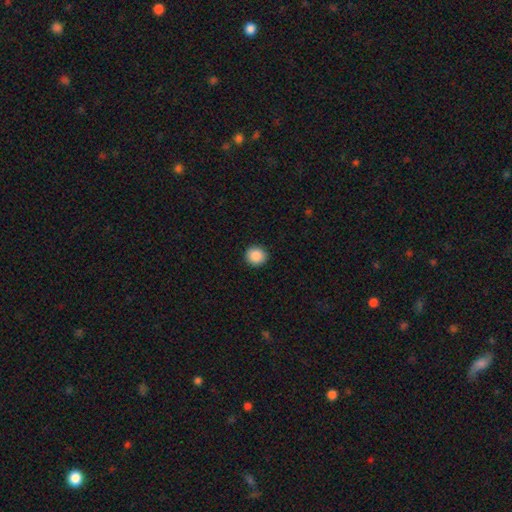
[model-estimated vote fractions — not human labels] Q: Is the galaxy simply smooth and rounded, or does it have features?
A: smooth — 89%.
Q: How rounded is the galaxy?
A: round — 91%.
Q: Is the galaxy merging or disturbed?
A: none — 92%.